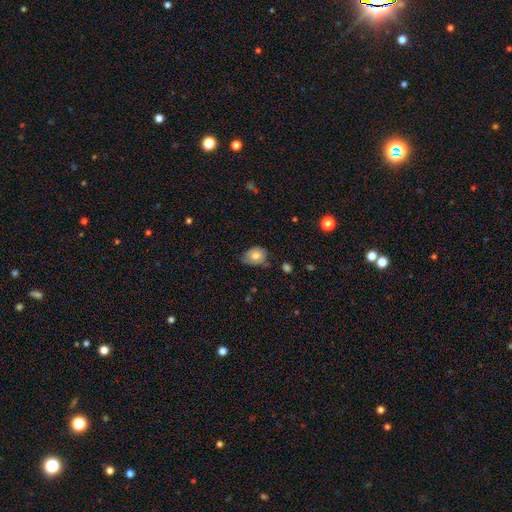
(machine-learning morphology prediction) Smooth or featured? smooth (73%)
How rounded? in between (68%)
Merging? none (55%)